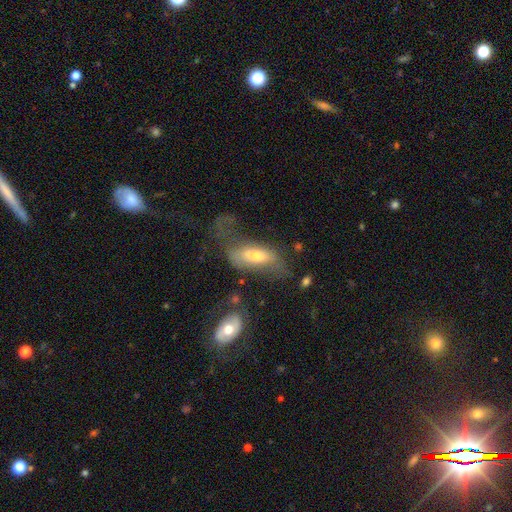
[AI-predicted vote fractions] This is possibly a smooth galaxy (50%). How rounded: likely in between (75%). Merging: marginally major disturbance (42%).